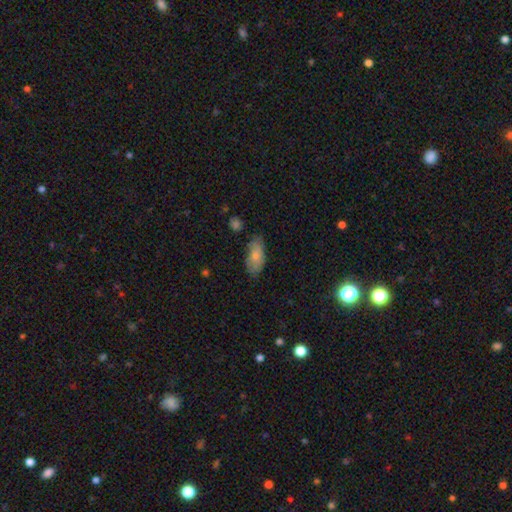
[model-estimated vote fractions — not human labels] This is likely a smooth galaxy (77%). How rounded: clearly in between (91%). Merging: likely none (66%).